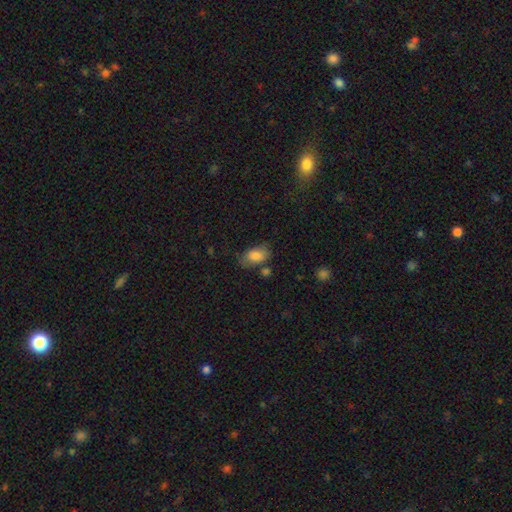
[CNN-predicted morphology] Q: Smooth or featured?
A: smooth (83%); runner-up: featured or disk (10%)
Q: How rounded?
A: in between (92%); runner-up: round (6%)
Q: Merging?
A: none (65%); runner-up: minor disturbance (21%)